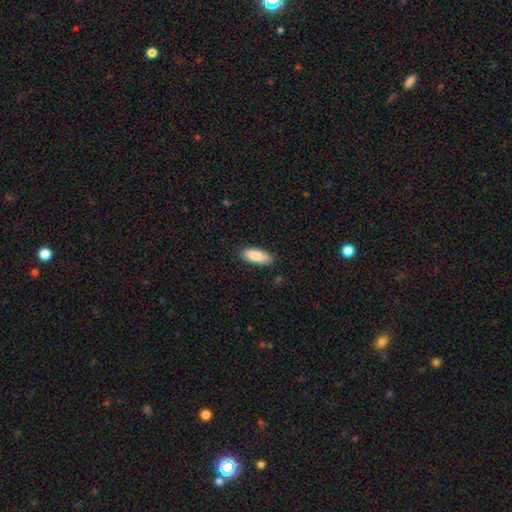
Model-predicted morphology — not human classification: This appears to be a smooth galaxy with no disk features (87%) that is in between round and cigar-shaped (79%). Merging: none (84%).